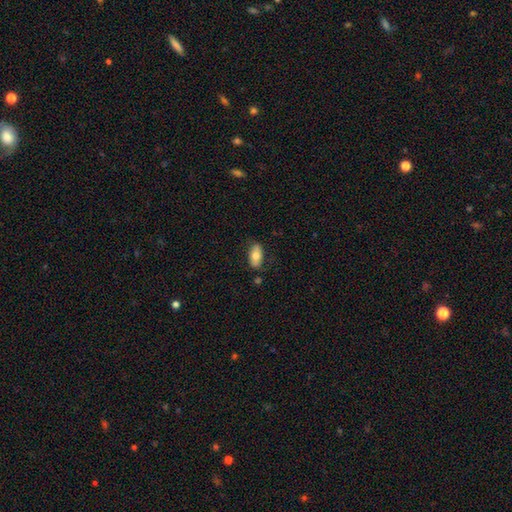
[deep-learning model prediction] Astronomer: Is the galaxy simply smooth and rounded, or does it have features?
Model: smooth — 73%.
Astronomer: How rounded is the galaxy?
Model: in between — 92%.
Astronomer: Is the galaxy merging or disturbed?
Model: none — 79%.